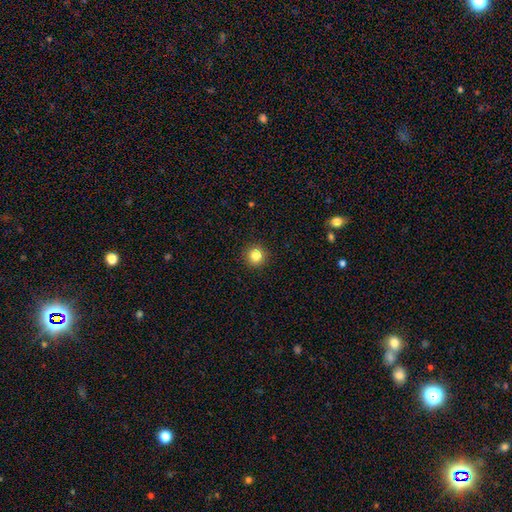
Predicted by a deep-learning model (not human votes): Smooth or featured? smooth (83%)
How rounded? round (95%)
Merging? none (93%)